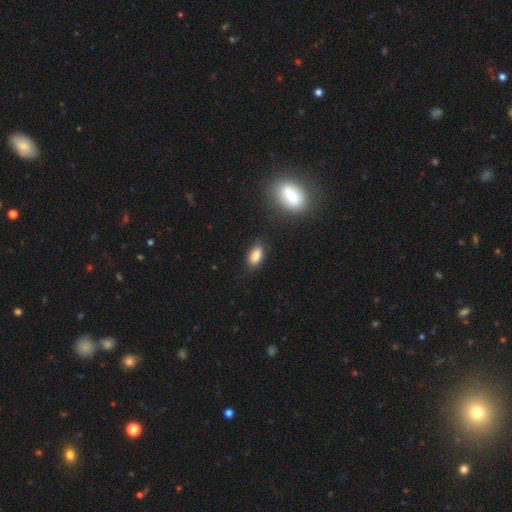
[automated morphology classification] smooth 85%, star or artifact 9%, featured or disk 7%. Down the decision tree: how rounded — in between (90%); merging — none (78%).